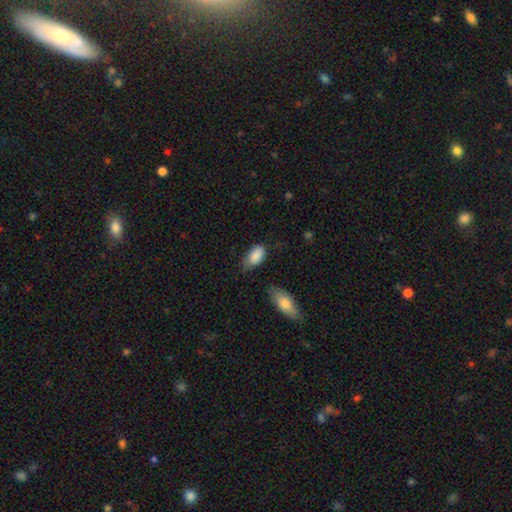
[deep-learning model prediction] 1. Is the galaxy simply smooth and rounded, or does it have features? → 87% smooth, 7% star or artifact, 7% featured or disk.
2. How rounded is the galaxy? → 93% in between, 4% round, 3% cigar-shaped.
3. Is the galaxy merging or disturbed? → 56% none, 33% minor disturbance, 7% major disturbance, 4% merger.